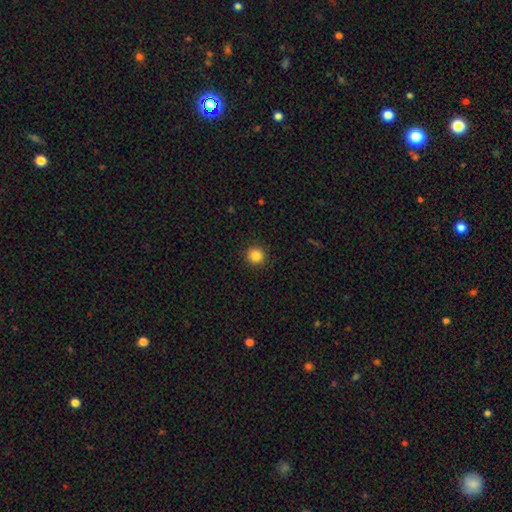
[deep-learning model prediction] The model was most divided on "smooth or featured": smooth: 85%, star or artifact: 11%, featured or disk: 4%. More confident: how rounded — round (93%); merging — none (92%).